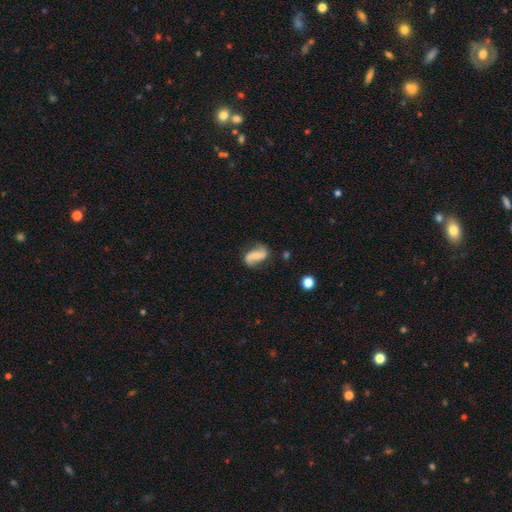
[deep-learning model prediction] This appears to be a featured or disk galaxy (67%) with no bar (43%), 2 (90%) loose (67%) spiral arms (91%) and a small central bulge (49%). Merging: none (70%).